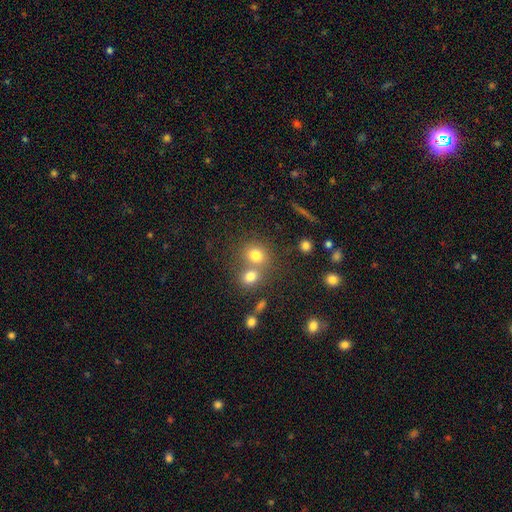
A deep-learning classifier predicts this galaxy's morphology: smooth 76%, star or artifact 14%, featured or disk 10%. Down the decision tree: how rounded — round (78%); merging — none (47%).